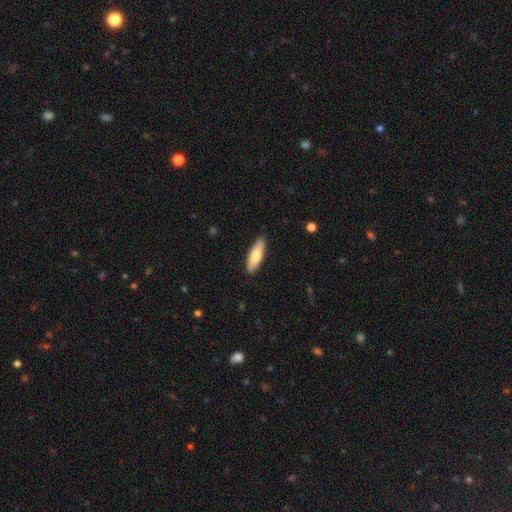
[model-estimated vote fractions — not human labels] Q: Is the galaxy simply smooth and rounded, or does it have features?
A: smooth — 76%.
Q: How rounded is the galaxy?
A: cigar-shaped — 49%, tied with in between.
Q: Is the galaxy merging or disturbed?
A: none — 88%.